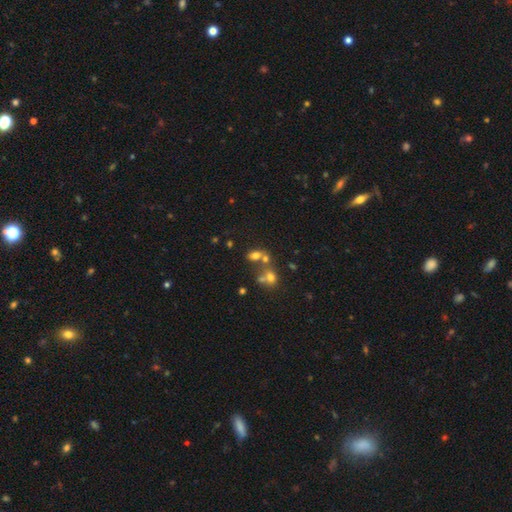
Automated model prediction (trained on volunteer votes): Smooth or featured? smooth (65%)
How rounded? in between (65%)
Merging? merger (45%)